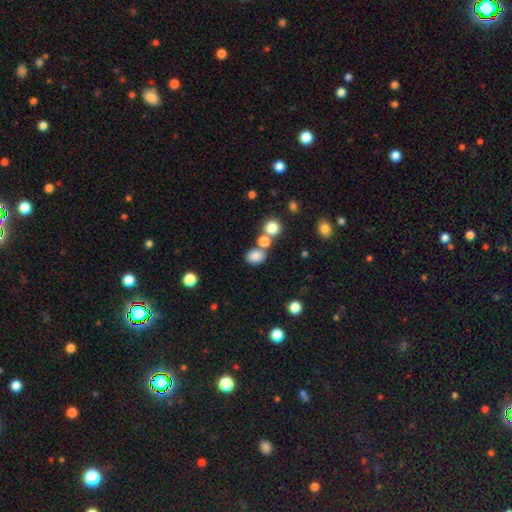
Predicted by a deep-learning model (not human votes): Smooth or featured? smooth (82%)
How rounded? in between (62%)
Merging? none (64%)